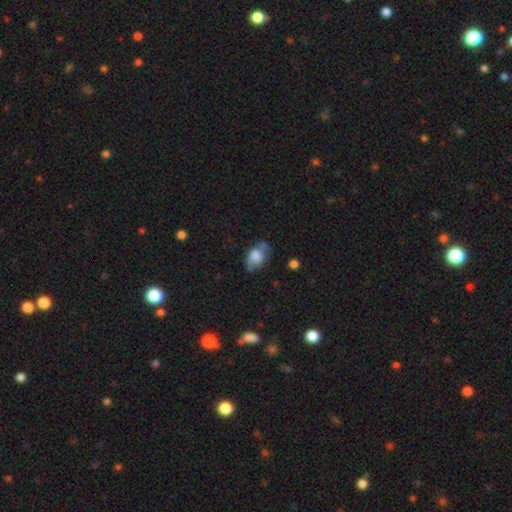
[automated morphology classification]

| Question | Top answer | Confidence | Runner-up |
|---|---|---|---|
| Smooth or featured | smooth | 74% | featured or disk (18%) |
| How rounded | in between | 76% | round (22%) |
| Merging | none | 48% | minor disturbance (30%) |